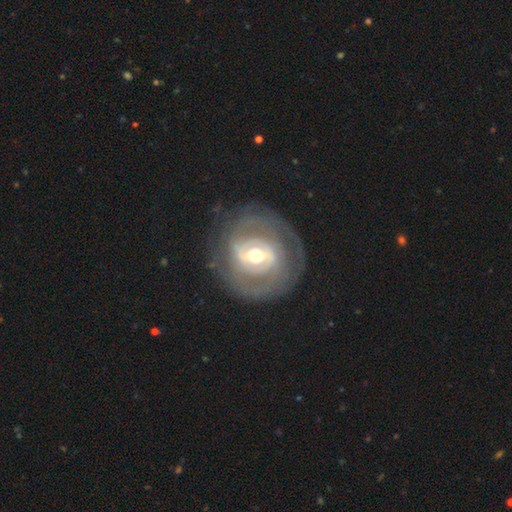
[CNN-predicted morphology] This is clearly a featured or disk galaxy (81%). It is clearly not viewed edge-on (96%). Bar: marginally weak (42%). Spiral arm pattern: likely yes (77%). Spiral arm count: marginally 2 (43%). Spiral winding: likely tight (64%). Central bulge: likely moderate (70%). Merging: likely none (76%).